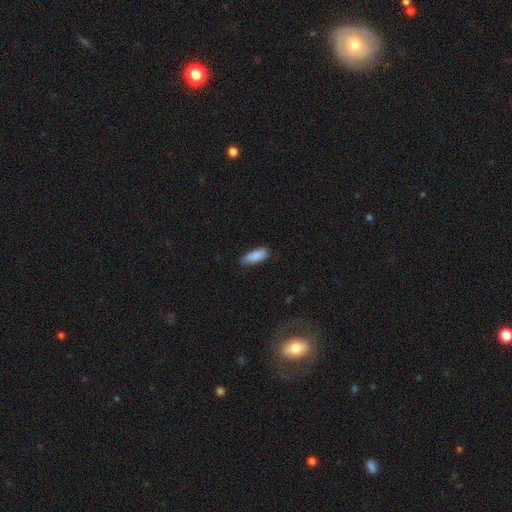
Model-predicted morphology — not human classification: A smooth galaxy with no disk features (88%) that is in between round and cigar-shaped (76%).

Vote fractions:
- Smooth or featured? smooth: 88% / featured or disk: 6% / star or artifact: 6%
- How rounded? in between: 76% / cigar-shaped: 23% / round: 2%
- Merging? none: 73% / minor disturbance: 23% / major disturbance: 3% / merger: 1%